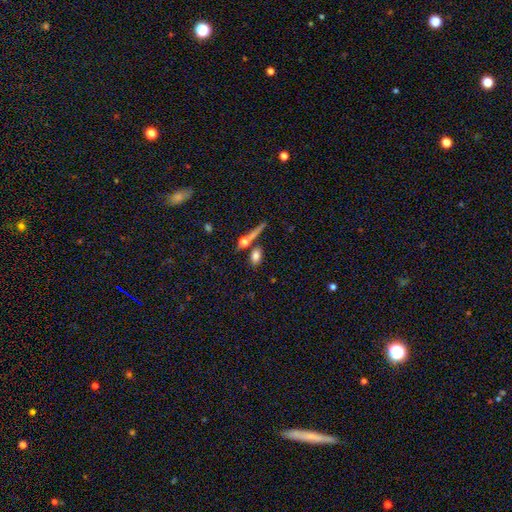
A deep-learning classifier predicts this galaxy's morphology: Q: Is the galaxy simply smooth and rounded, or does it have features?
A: smooth — 75%.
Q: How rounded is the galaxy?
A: in between — 68%.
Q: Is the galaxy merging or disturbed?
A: none — 57%.